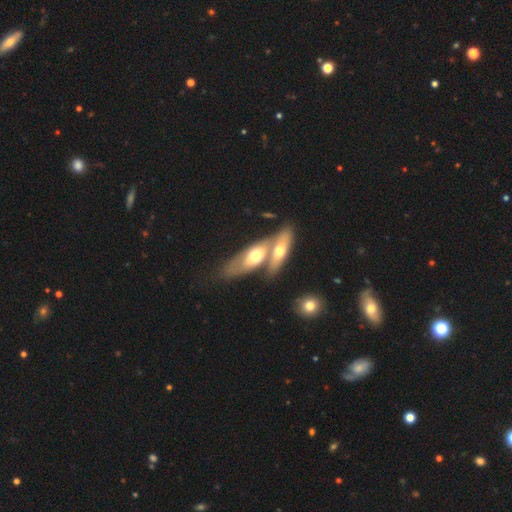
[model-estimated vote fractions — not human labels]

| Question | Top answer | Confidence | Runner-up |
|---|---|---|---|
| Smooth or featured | smooth | 49% | featured or disk (45%) |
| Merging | merger | 60% | none (27%) |